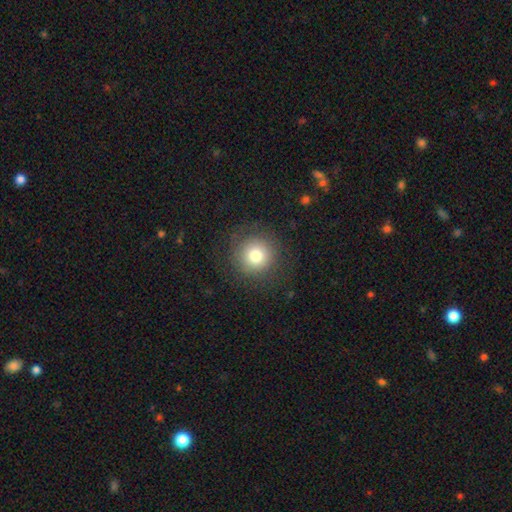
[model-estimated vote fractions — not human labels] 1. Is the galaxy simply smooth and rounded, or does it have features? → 77% smooth, 12% featured or disk, 12% star or artifact.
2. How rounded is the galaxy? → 94% round, 5% in between, 1% cigar-shaped.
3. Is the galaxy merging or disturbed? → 83% none, 10% minor disturbance, 6% major disturbance, 1% merger.